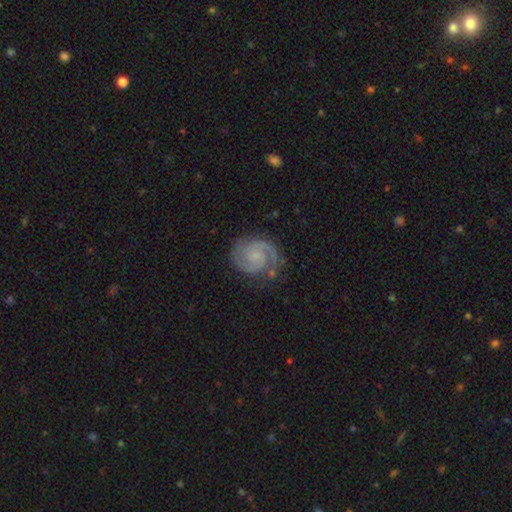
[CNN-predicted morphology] Smooth or featured: featured or disk — 88% (smooth — 7%)
Edge-on disk: no — 98% (yes — 2%)
Bar: no — 64% (weak — 31%)
Spiral arms: yes — 98% (no — 2%)
Spiral winding: tight — 51% (medium — 42%)
Spiral arm count: 2 — 86% (3 — 5%)
Bulge size: small — 60% (none — 22%)
Merging: none — 76% (minor disturbance — 16%)